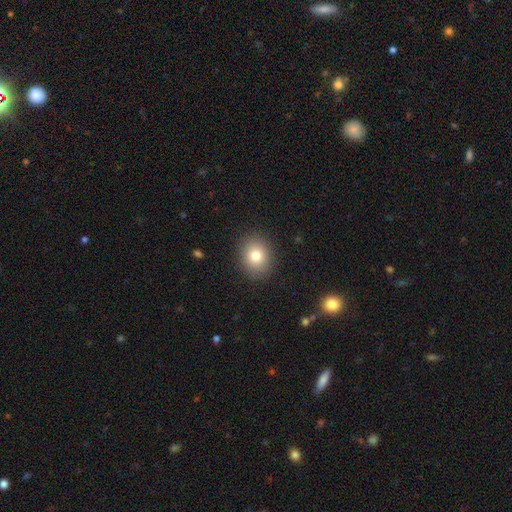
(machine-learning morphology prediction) Smooth or featured?
  - smooth: 80% *
  - star or artifact: 10%
  - featured or disk: 10%
How rounded?
  - round: 60% *
  - in between: 39%
  - cigar-shaped: 1%
Merging?
  - none: 89% *
  - minor disturbance: 8%
  - major disturbance: 3%
  - merger: 1%